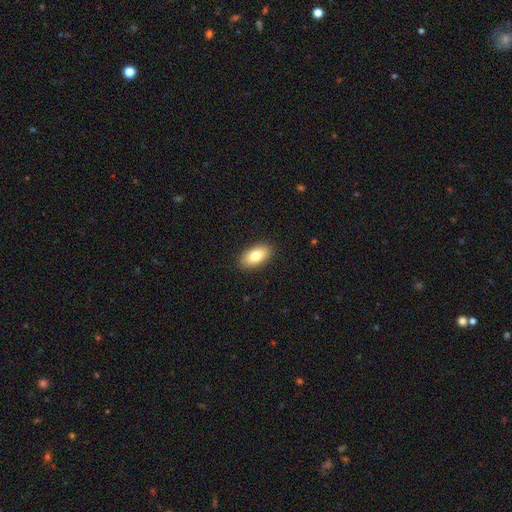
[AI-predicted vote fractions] Smooth or featured: smooth — 79% (featured or disk — 14%)
How rounded: in between — 92% (round — 4%)
Merging: none — 89% (minor disturbance — 8%)